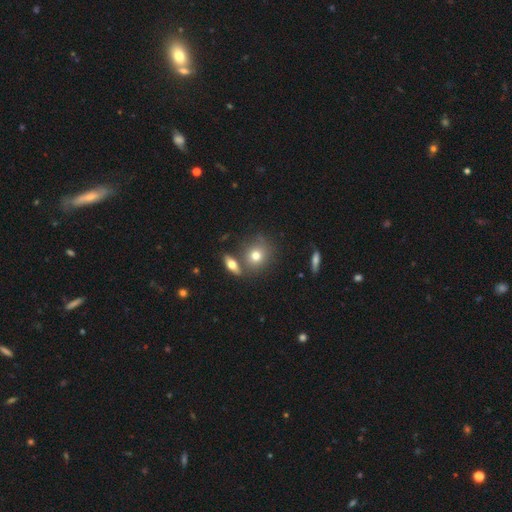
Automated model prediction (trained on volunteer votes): A smooth galaxy with no disk features (72%) that is round (73%).

Vote fractions:
- Smooth or featured? smooth: 72% / featured or disk: 17% / star or artifact: 11%
- How rounded? round: 73% / in between: 24% / cigar-shaped: 2%
- Merging? none: 67% / merger: 19% / minor disturbance: 11% / major disturbance: 3%